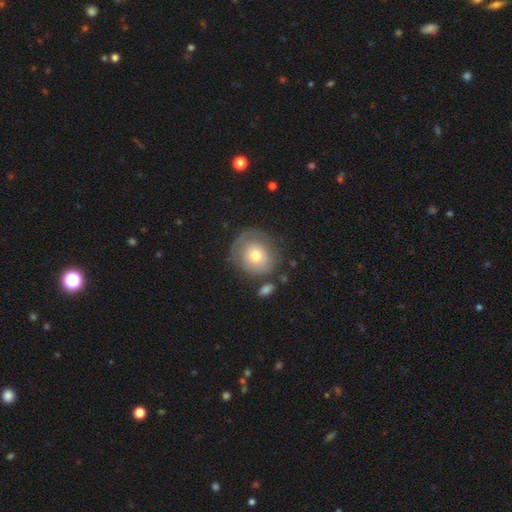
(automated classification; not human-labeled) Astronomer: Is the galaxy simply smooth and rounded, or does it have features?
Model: smooth — 60%.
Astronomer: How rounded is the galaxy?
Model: round — 84%.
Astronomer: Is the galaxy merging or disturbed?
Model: none — 62%.